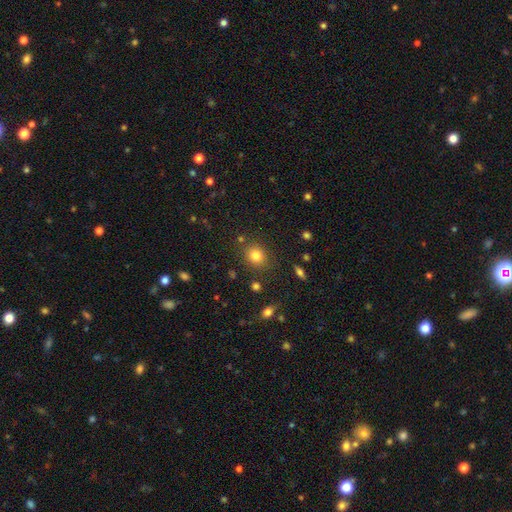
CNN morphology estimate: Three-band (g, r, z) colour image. It shows a smooth galaxy with no disk features (81%) that is round (68%). Merging: none (82%).